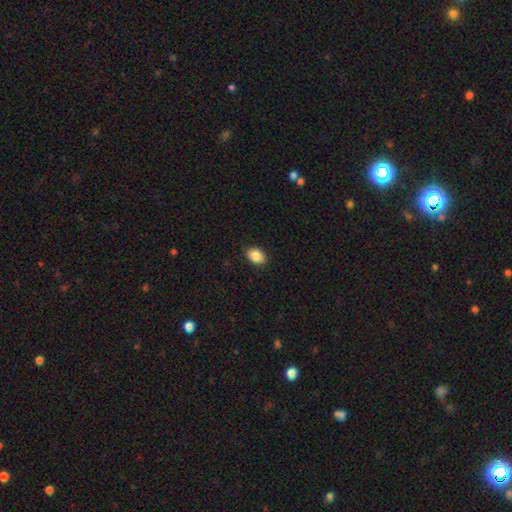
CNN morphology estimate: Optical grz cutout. It shows a smooth galaxy with no disk features (87%) that is in between round and cigar-shaped (77%). Merging: none (86%).